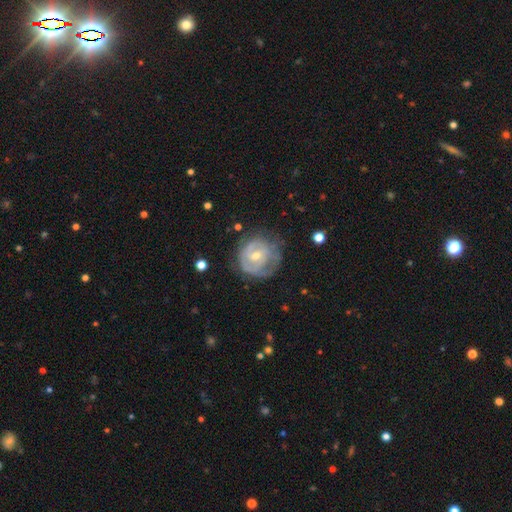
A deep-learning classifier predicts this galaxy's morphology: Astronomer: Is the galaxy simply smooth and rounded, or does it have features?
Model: featured or disk — 72%.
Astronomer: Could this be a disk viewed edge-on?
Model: no — 97%.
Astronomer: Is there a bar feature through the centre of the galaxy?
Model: no — 53% (runner-up: weak, 38%).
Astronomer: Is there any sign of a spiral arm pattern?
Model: yes — 77%.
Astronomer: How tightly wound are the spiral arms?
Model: tight — 65%.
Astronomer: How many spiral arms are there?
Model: can't tell — 43% (runner-up: 2, 32%).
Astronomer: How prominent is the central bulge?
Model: moderate — 49% (runner-up: small, 47%).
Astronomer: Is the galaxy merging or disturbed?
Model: none — 63%.